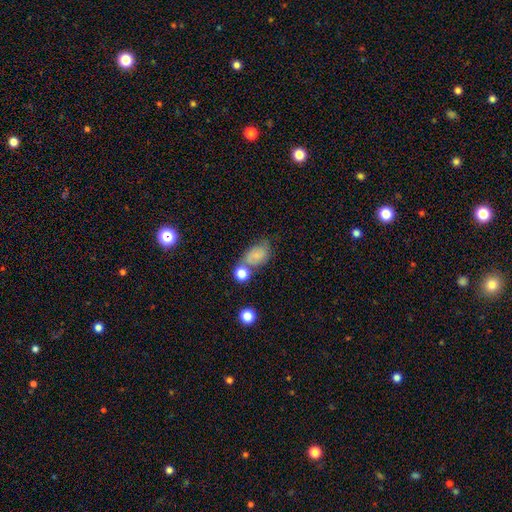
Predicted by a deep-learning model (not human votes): smooth-or-featured: smooth: 68% | featured or disk: 20% | star or artifact: 11%
  how-rounded: in between: 75% | round: 23% | cigar-shaped: 2%
  merging: none: 42% | merger: 27% | minor disturbance: 22% | major disturbance: 10%